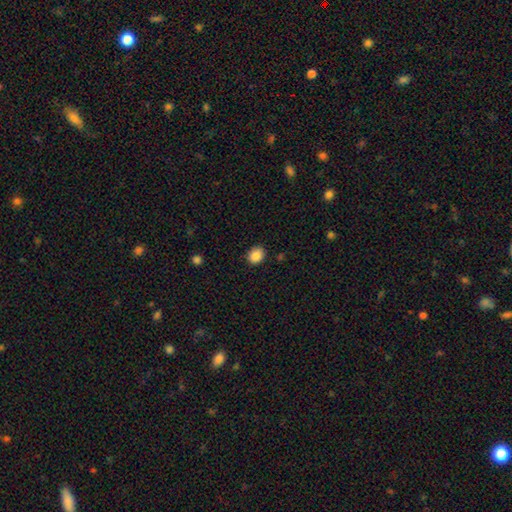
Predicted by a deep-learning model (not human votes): This appears to be a smooth galaxy with no disk features (87%) that is round (59%). Merging: none (87%).